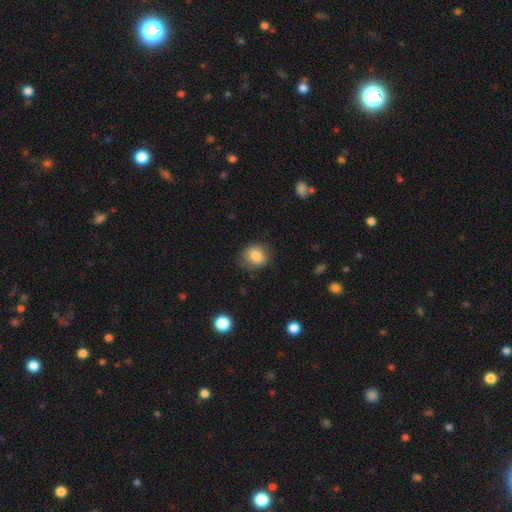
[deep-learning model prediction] The model was most divided on "how rounded": round: 68%, in between: 31%, cigar-shaped: 1%. More confident: smooth or featured — smooth (83%); merging — none (75%).